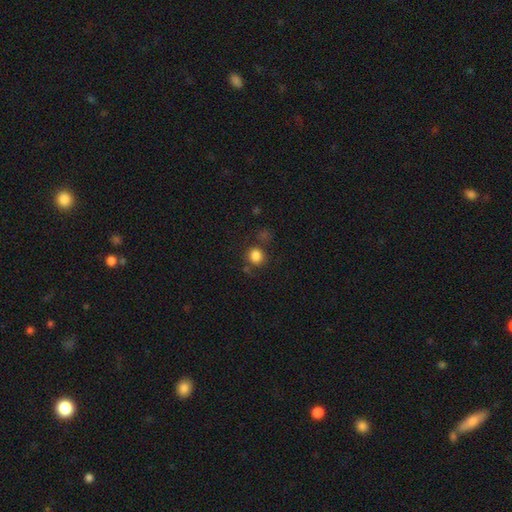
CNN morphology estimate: Smooth or featured?
  - smooth: 83% *
  - star or artifact: 12%
  - featured or disk: 5%
How rounded?
  - round: 86% *
  - in between: 13%
  - cigar-shaped: 1%
Merging?
  - none: 75% *
  - minor disturbance: 12%
  - merger: 8%
  - major disturbance: 5%